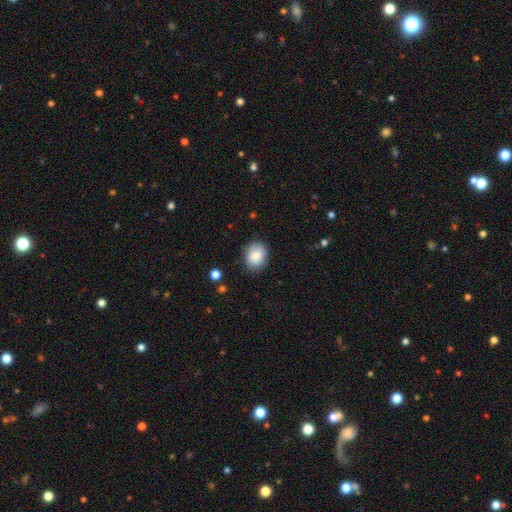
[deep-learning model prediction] smooth_or_featured: smooth (p=0.83) [alt: featured or disk p=0.09]
how_rounded: in between (p=0.50) [alt: round p=0.49]
merging: none (p=0.83) [alt: minor disturbance p=0.13]